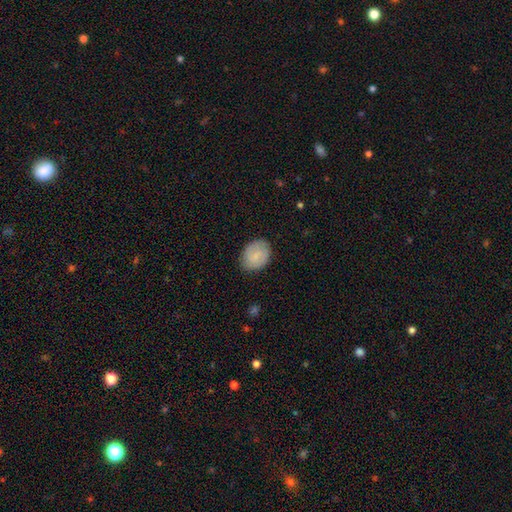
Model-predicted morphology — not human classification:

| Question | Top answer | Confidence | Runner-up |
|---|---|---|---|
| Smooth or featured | smooth | 76% | featured or disk (17%) |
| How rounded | in between | 53% | round (46%) |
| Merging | none | 80% | minor disturbance (16%) |